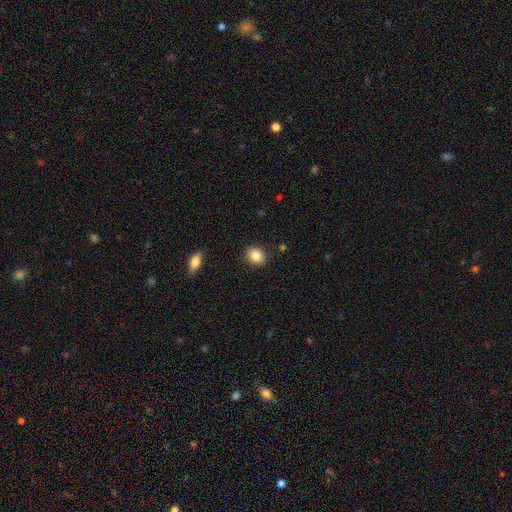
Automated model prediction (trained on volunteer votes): The model was most divided on "how rounded": round: 59%, in between: 40%, cigar-shaped: 1%. More confident: merging — none (88%); smooth or featured — smooth (85%).